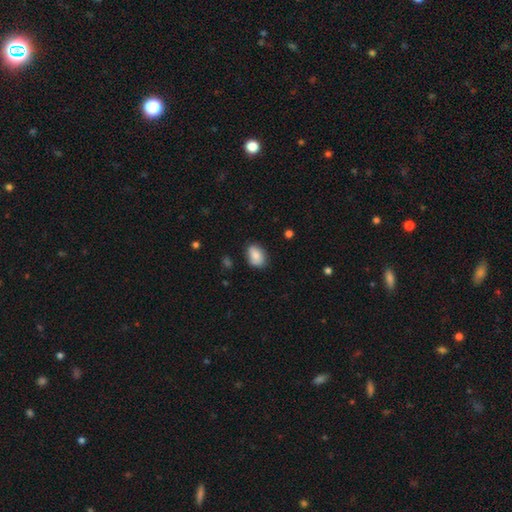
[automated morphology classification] smooth_or_featured: smooth (p=0.81) [alt: featured or disk p=0.12]
how_rounded: in between (p=0.81) [alt: round p=0.18]
merging: none (p=0.74) [alt: minor disturbance p=0.21]